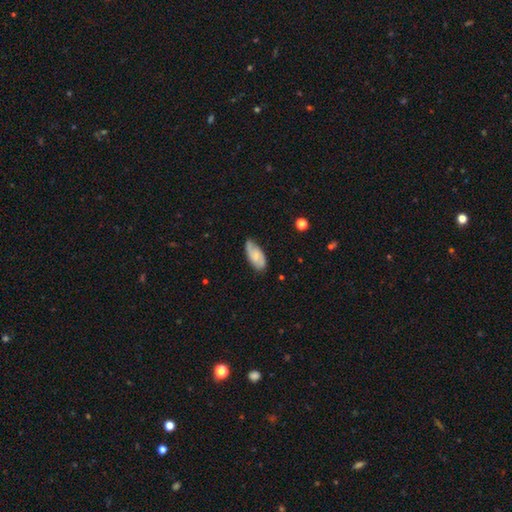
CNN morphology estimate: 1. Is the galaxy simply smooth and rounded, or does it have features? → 49% smooth, 44% featured or disk, 7% star or artifact.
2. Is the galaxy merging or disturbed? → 67% none, 26% minor disturbance, 5% major disturbance, 2% merger.